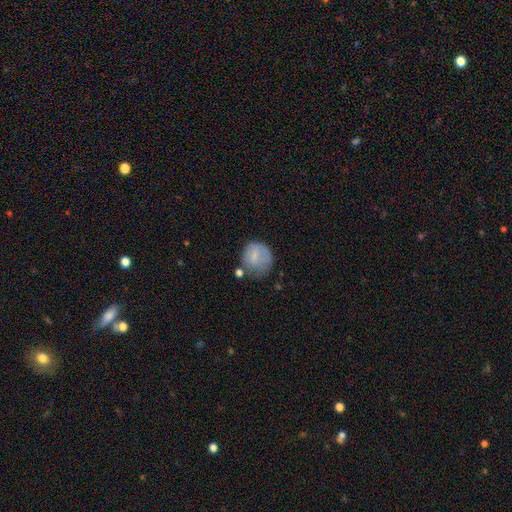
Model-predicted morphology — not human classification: type=smooth (70%); roundness=round (78%); merging=none (43%).